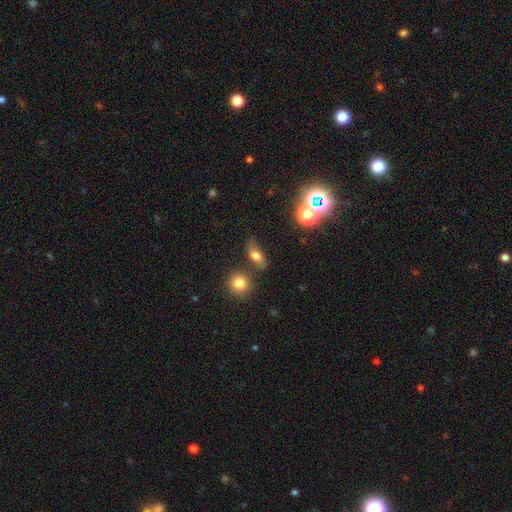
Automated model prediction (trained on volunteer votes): smooth 66%, featured or disk 20%, star or artifact 14%. Down the decision tree: how rounded — in between (67%); merging — none (66%).